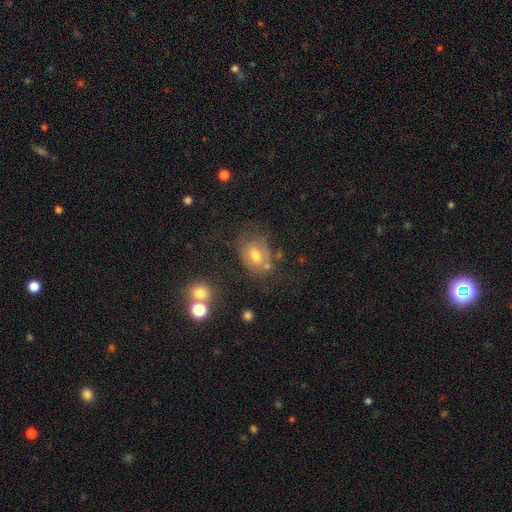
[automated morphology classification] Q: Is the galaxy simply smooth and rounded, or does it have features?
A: smooth — 50%.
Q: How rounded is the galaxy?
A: in between — 68%.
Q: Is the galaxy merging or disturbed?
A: none — 52%.